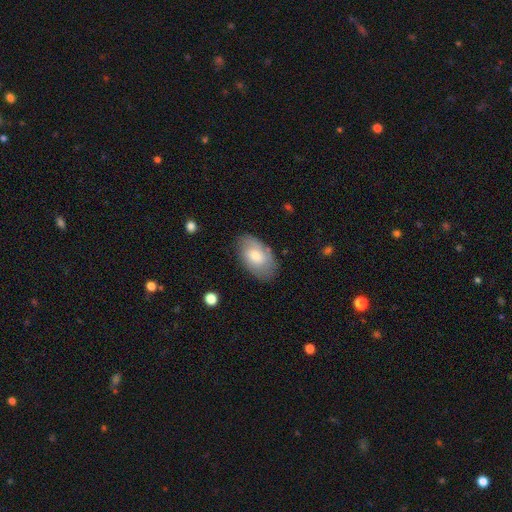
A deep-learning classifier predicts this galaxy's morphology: This appears to be a smooth galaxy with no disk features (65%) that is in between round and cigar-shaped (94%). Merging: none (76%).